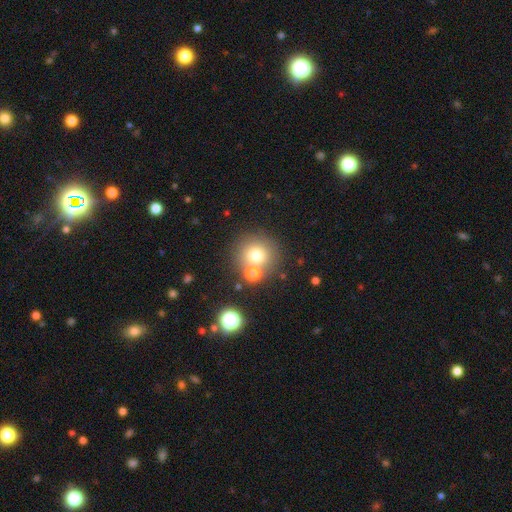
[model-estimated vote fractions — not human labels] Smooth or featured? Predicted: smooth (p=0.72). How rounded? Predicted: round (p=0.93). Merging? Predicted: none (p=0.67).